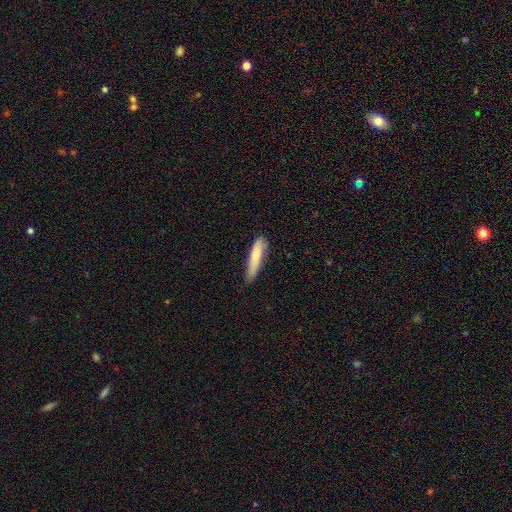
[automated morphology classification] Smooth or featured? Predicted: smooth (p=0.80). How rounded? Predicted: cigar-shaped (p=0.81). Merging? Predicted: none (p=0.71).